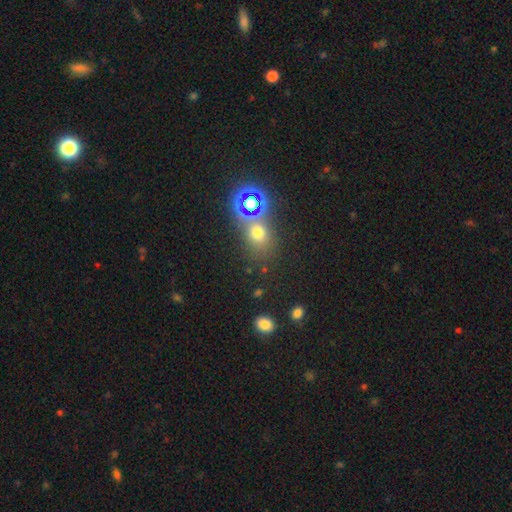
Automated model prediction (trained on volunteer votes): This is possibly a smooth galaxy (46%). Merging: likely none (66%).